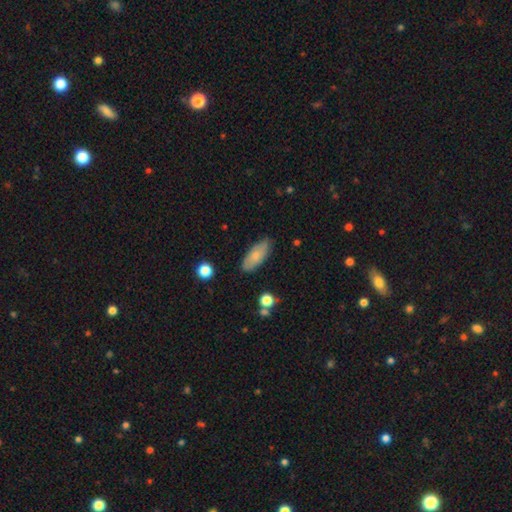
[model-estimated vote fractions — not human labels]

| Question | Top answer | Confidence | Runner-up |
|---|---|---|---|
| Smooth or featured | smooth | 73% | featured or disk (20%) |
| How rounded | in between | 84% | cigar-shaped (13%) |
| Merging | none | 82% | minor disturbance (14%) |